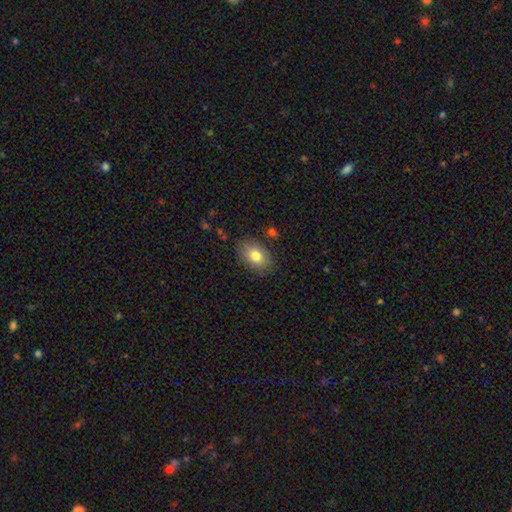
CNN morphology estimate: smooth-or-featured: smooth: 79% | featured or disk: 13% | star or artifact: 8%
  how-rounded: in between: 83% | round: 16% | cigar-shaped: 1%
  merging: none: 84% | minor disturbance: 11% | major disturbance: 3% | merger: 2%